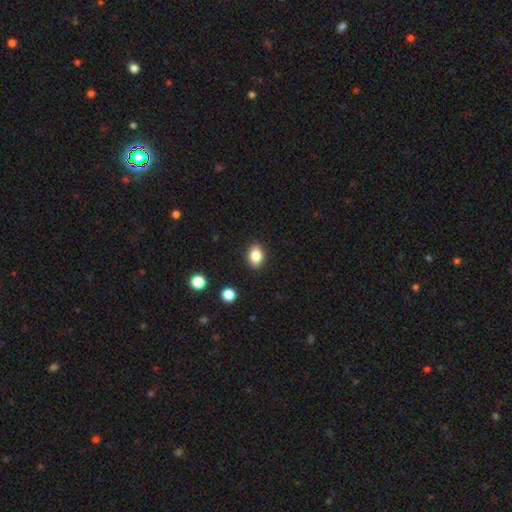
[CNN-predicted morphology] smooth-or-featured: smooth: 83% | star or artifact: 9% | featured or disk: 8%
  how-rounded: in between: 81% | round: 17% | cigar-shaped: 2%
  merging: none: 88% | minor disturbance: 8% | major disturbance: 2% | merger: 1%